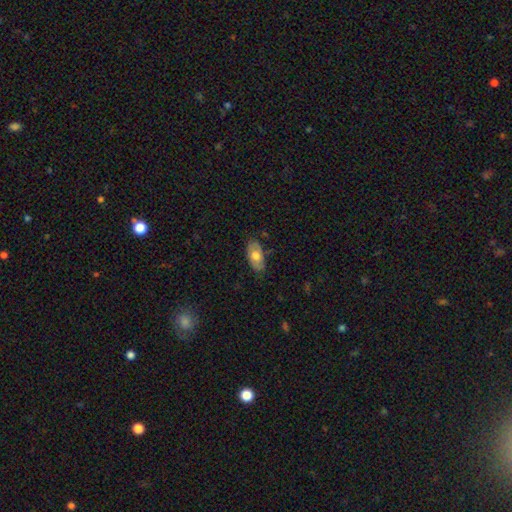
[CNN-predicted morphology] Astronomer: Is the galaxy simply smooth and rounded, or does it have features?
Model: smooth — 65%.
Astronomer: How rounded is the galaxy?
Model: in between — 92%.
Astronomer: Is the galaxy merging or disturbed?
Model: none — 78%.